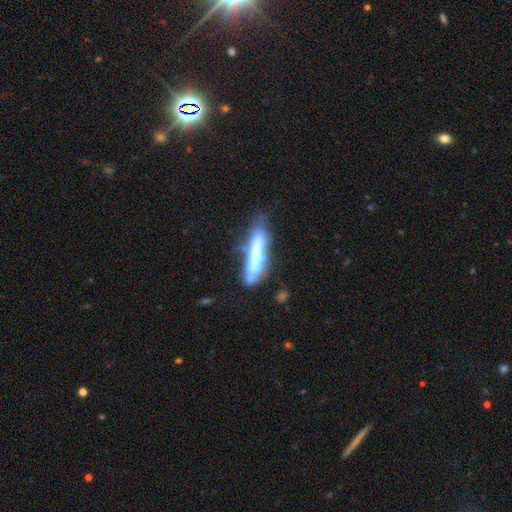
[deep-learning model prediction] Overall: featured or disk (48%; smooth 43%). Merging: none (40%; minor disturbance 24%).